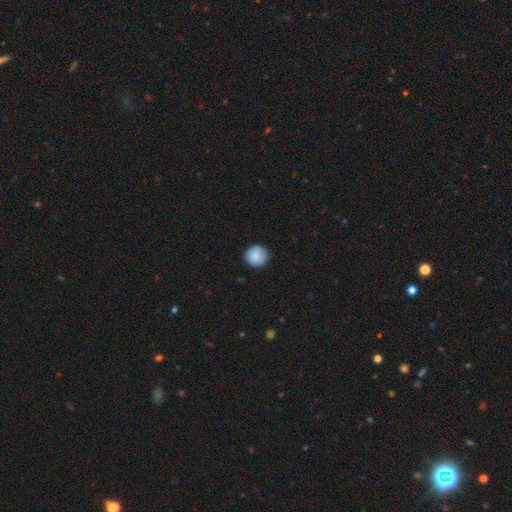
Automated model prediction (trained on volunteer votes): smooth_or_featured: smooth (p=0.89) [alt: star or artifact p=0.07]
how_rounded: round (p=0.94) [alt: in between p=0.05]
merging: none (p=0.89) [alt: minor disturbance p=0.08]